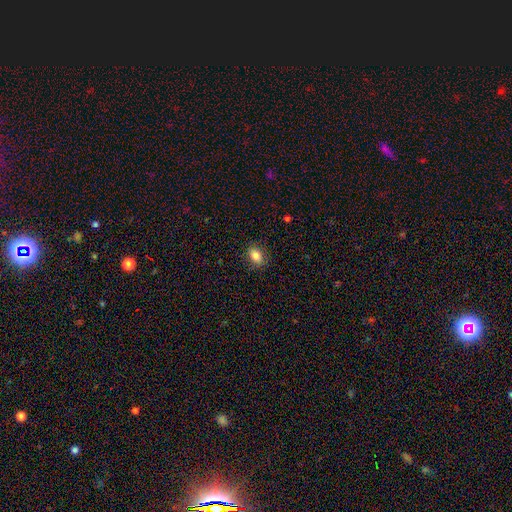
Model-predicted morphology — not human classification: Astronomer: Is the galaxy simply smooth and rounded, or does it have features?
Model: smooth — 82%.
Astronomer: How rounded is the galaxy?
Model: in between — 76%.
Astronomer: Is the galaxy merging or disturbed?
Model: none — 84%.